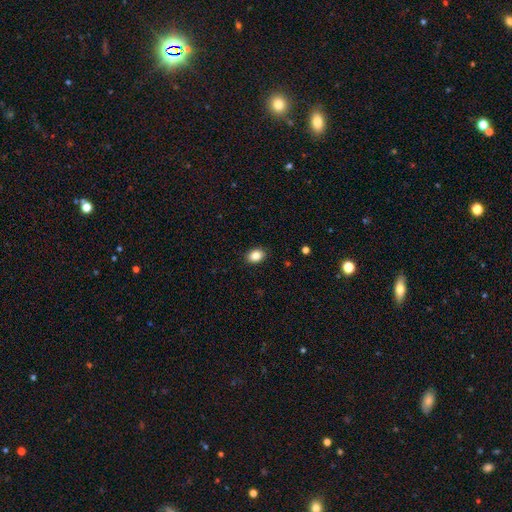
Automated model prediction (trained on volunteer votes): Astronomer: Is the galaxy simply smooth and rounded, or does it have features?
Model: smooth — 85%.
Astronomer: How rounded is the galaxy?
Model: in between — 72%.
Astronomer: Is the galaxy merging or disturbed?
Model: none — 89%.